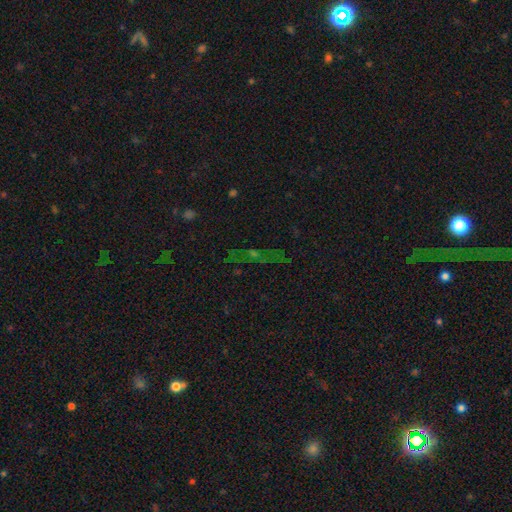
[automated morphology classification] type=star or artifact (64%).